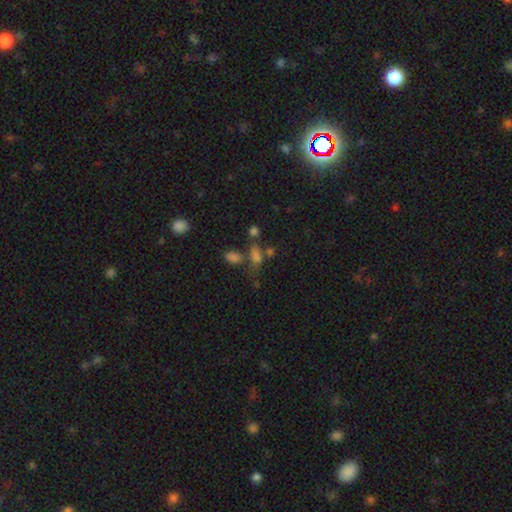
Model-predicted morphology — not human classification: Overall: smooth (68%). How rounded: in between (74%). Merging: none (41%; merger 31%).